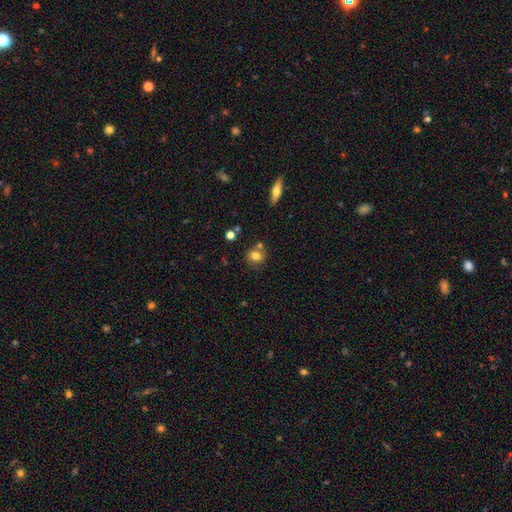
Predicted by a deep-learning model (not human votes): Overall: smooth (76%). How rounded: round (71%). Merging: none (67%).